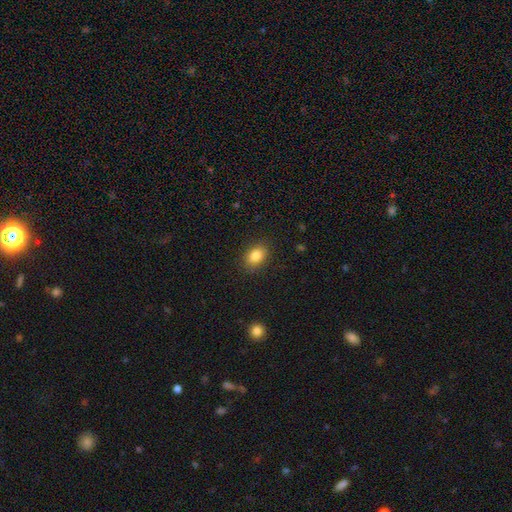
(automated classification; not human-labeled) Smooth or featured? Predicted: smooth (p=0.85). How rounded? Predicted: in between (p=0.77). Merging? Predicted: none (p=0.87).